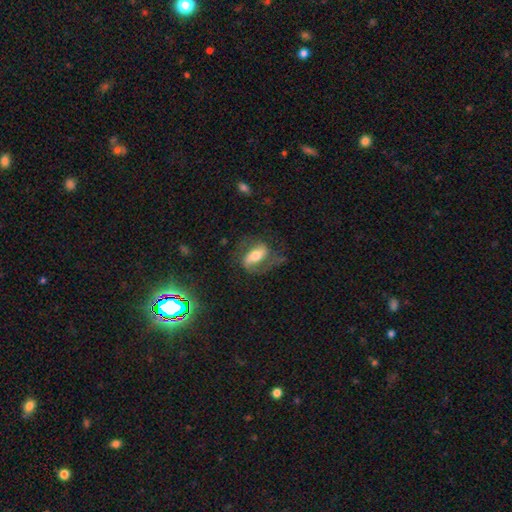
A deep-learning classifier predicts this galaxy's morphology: Q: Smooth or featured?
A: featured or disk (68%); runner-up: smooth (25%)
Q: Edge-on disk?
A: no (92%); runner-up: yes (8%)
Q: Bar?
A: strong (48%); runner-up: weak (31%)
Q: Spiral arms?
A: yes (87%); runner-up: no (13%)
Q: Spiral winding?
A: medium (47%); runner-up: loose (34%)
Q: Spiral arm count?
A: 2 (81%); runner-up: 1 (10%)
Q: Bulge size?
A: moderate (62%); runner-up: small (18%)
Q: Merging?
A: none (58%); runner-up: major disturbance (20%)